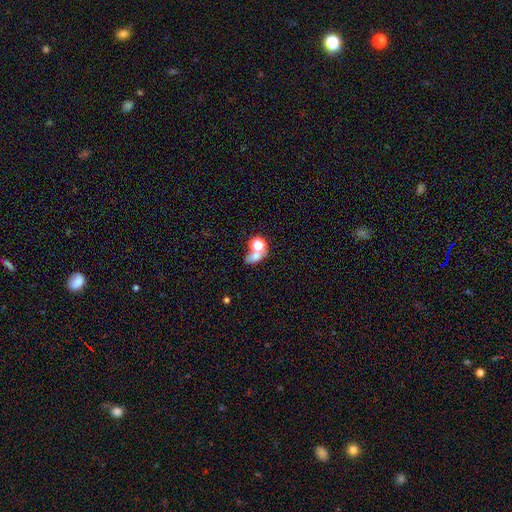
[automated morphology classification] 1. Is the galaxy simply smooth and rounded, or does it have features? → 62% smooth, 21% star or artifact, 17% featured or disk.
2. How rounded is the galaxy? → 55% in between, 42% round, 3% cigar-shaped.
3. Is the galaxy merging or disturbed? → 52% merger, 31% none, 9% major disturbance, 9% minor disturbance.